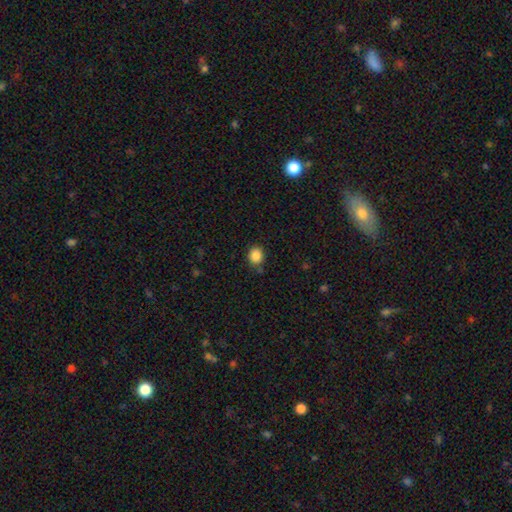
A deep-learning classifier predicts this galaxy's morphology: smooth 85%, star or artifact 10%, featured or disk 4%. Down the decision tree: how rounded — round (70%); merging — none (78%).